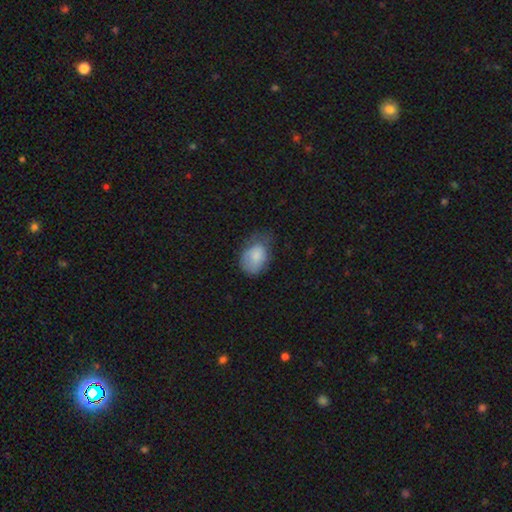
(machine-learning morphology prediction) Smooth or featured? Predicted: smooth (p=0.80). How rounded? Predicted: in between (p=0.77). Merging? Predicted: minor disturbance (p=0.40).